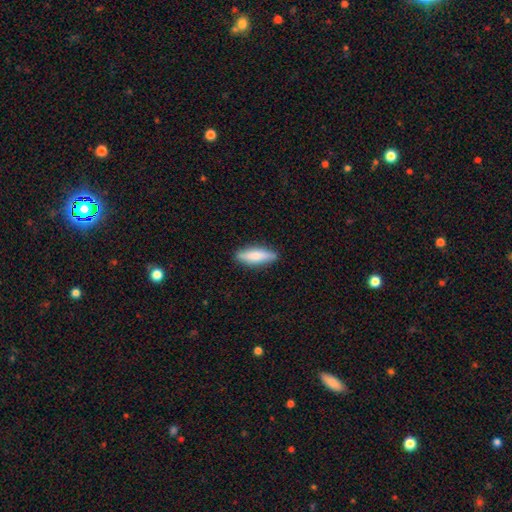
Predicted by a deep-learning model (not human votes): Smooth or featured: smooth — 76% (featured or disk — 19%)
How rounded: cigar-shaped — 57% (in between — 41%)
Merging: none — 88% (minor disturbance — 9%)